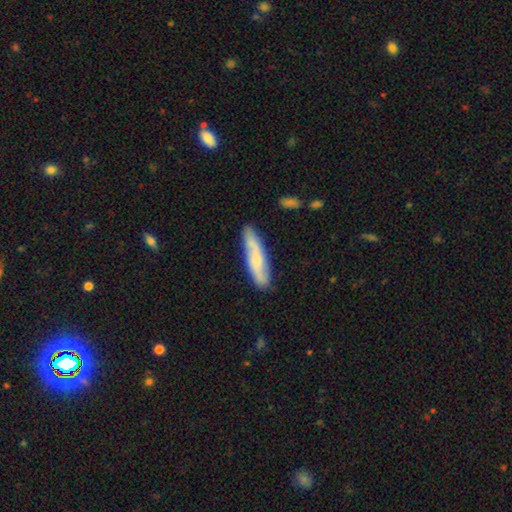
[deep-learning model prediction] This is possibly a smooth galaxy (49%). Merging: clearly none (83%).